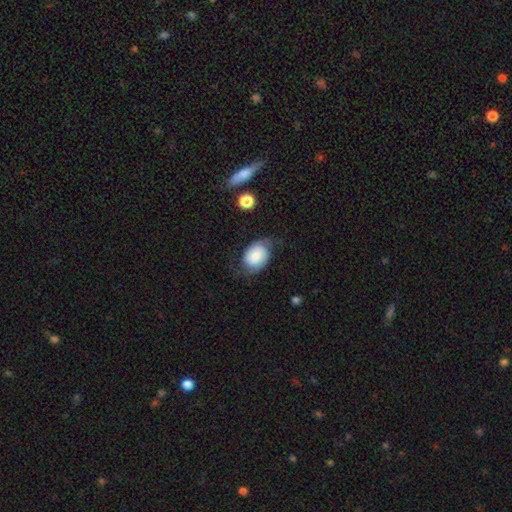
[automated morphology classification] Smooth or featured: smooth — 52% (featured or disk — 39%)
How rounded: in between — 67% (round — 32%)
Merging: none — 56% (minor disturbance — 29%)